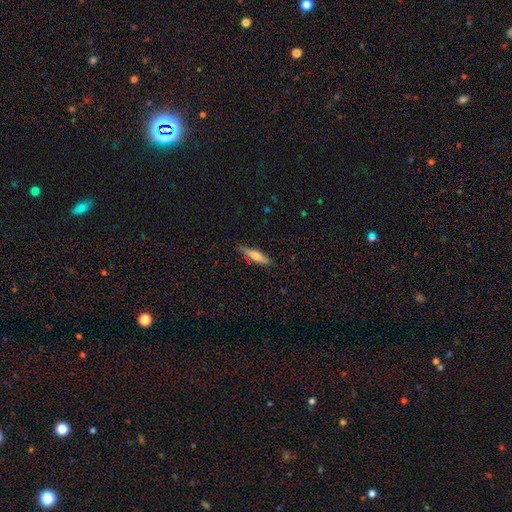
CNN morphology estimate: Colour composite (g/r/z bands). It shows a smooth galaxy with no disk features (66%) that is cigar-shaped (75%). Merging: none (79%).